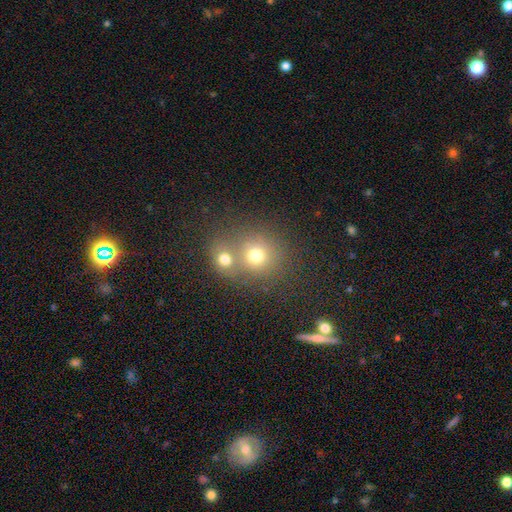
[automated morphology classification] type=smooth (71%); roundness=round (84%); merging=none (46%).